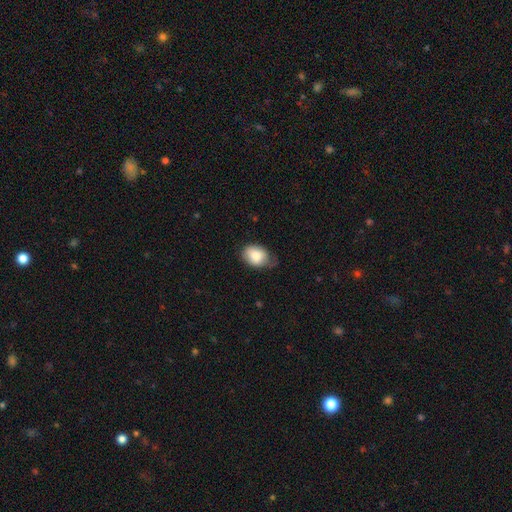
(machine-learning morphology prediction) This is clearly a smooth galaxy (84%). How rounded: likely in between (74%). Merging: possibly none (51%).